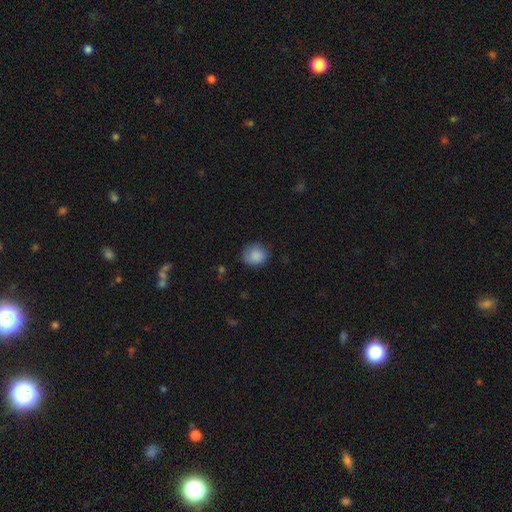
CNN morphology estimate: This is clearly a smooth galaxy (87%). How rounded: likely round (67%). Merging: likely none (73%).